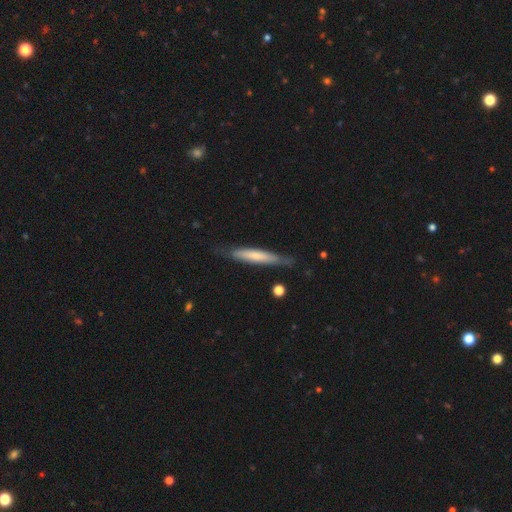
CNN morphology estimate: type=smooth (58%); roundness=cigar-shaped (92%); merging=none (74%).